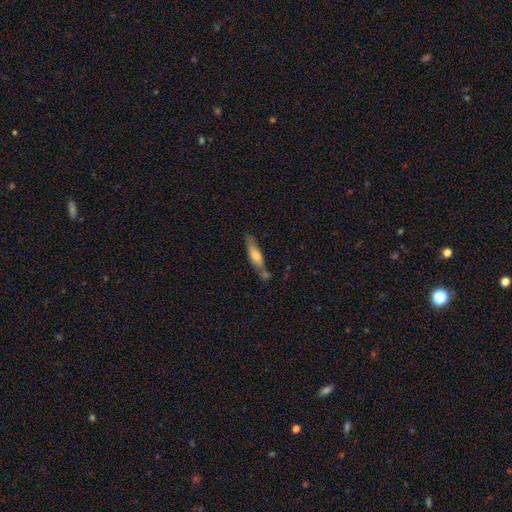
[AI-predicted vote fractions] A smooth galaxy with no disk features (64%) that is cigar-shaped (71%). Merging: none (57%).